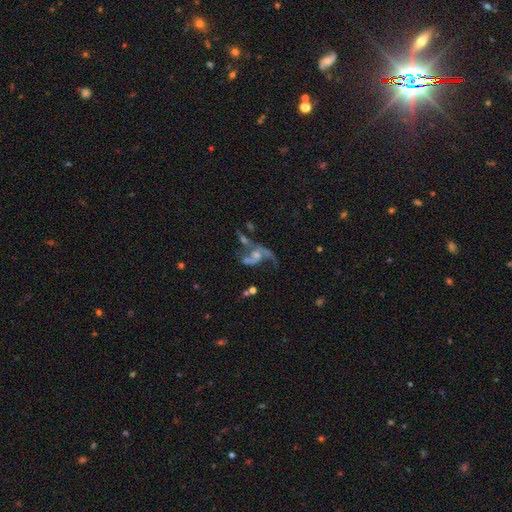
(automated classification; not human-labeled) featured or disk 72%, smooth 15%, star or artifact 13%. Down the decision tree: edge-on disk — no (97%); bar — no (67%); spiral arms — yes (76%); spiral arm count — 2 (66%); spiral winding — loose (79%); bulge size — small (34%); merging — major disturbance (32%).